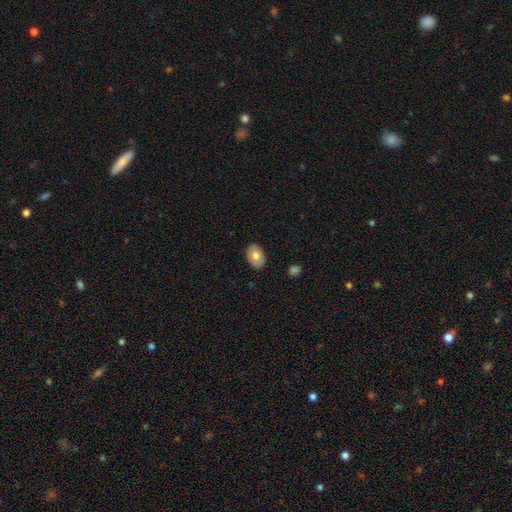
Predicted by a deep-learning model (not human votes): Overall: smooth (72%). How rounded: in between (83%). Merging: none (88%).